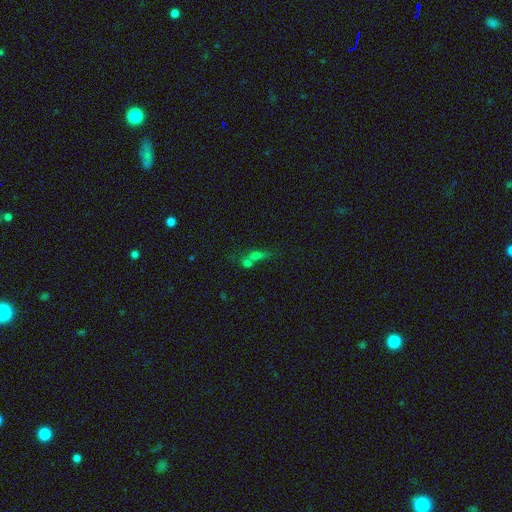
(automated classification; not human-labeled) Smooth or featured?
  - smooth: 54% *
  - featured or disk: 24%
  - star or artifact: 23%
How rounded?
  - in between: 51% *
  - round: 29%
  - cigar-shaped: 20%
Merging?
  - merger: 56% *
  - none: 28%
  - minor disturbance: 8%
  - major disturbance: 7%